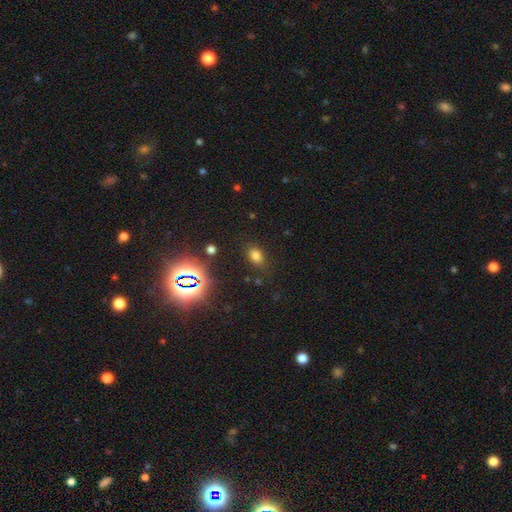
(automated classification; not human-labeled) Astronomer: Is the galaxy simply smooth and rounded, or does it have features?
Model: smooth — 71%.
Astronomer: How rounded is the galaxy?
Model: in between — 77%.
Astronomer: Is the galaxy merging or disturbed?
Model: none — 83%.